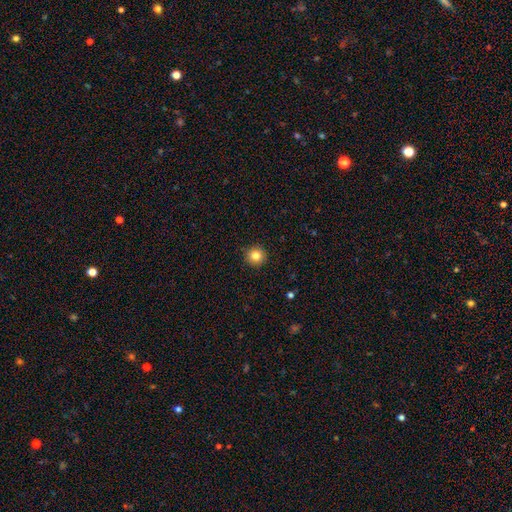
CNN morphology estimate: Smooth or featured: smooth — 82% (star or artifact — 11%)
How rounded: round — 95% (in between — 4%)
Merging: none — 92% (minor disturbance — 6%)